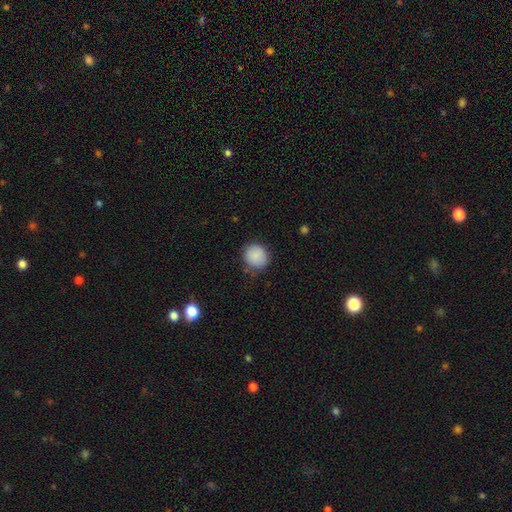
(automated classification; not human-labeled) Overall: smooth (88%). How rounded: round (87%). Merging: none (81%).